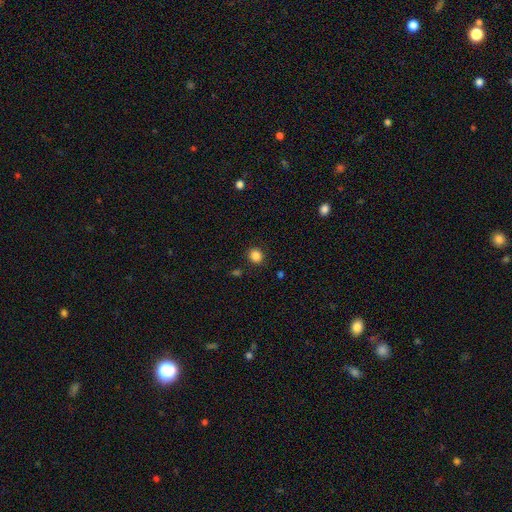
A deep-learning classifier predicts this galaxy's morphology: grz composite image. It shows a smooth galaxy with no disk features (86%) that is round (83%). Merging: none (89%).